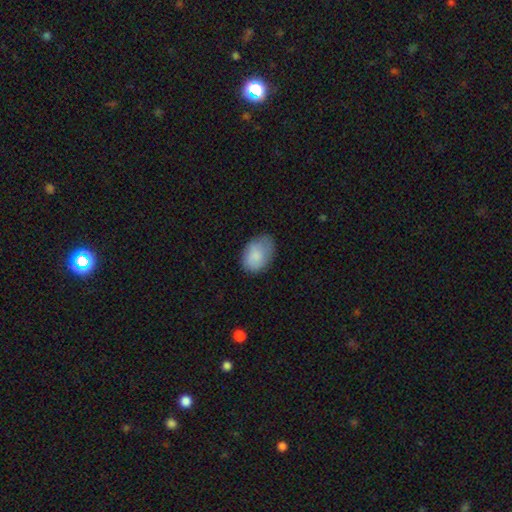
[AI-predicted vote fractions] This appears to be a smooth galaxy with no disk features (84%) that is in between round and cigar-shaped (82%). Merging: none (65%).